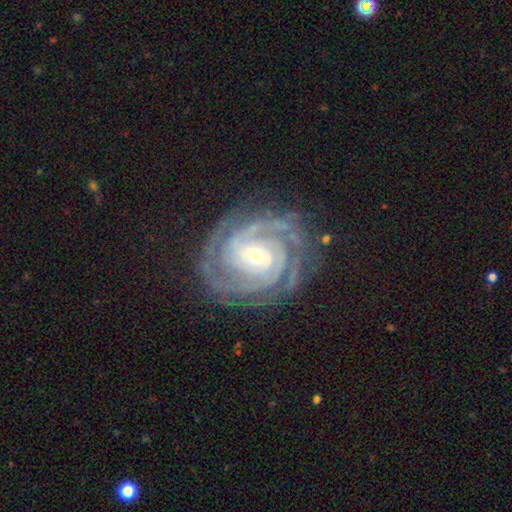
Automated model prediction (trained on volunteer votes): Smooth or featured?
  - featured or disk: 92% *
  - star or artifact: 5%
  - smooth: 3%
Edge-on disk?
  - no: 97% *
  - yes: 3%
Bar?
  - no: 49% *
  - weak: 32%
  - strong: 19%
Spiral arms?
  - yes: 99% *
  - no: 1%
Spiral winding?
  - tight: 81% *
  - medium: 17%
  - loose: 2%
Spiral arm count?
  - 3: 30% *
  - 2: 23%
  - 4: 19%
  - can't tell: 14%
  - more than 4: 8%
  - 1: 6%
Bulge size?
  - small: 56% *
  - moderate: 41%
  - large: 2%
  - none: 1%
  - dominant: 1%
Merging?
  - none: 80% *
  - minor disturbance: 14%
  - major disturbance: 5%
  - merger: 1%